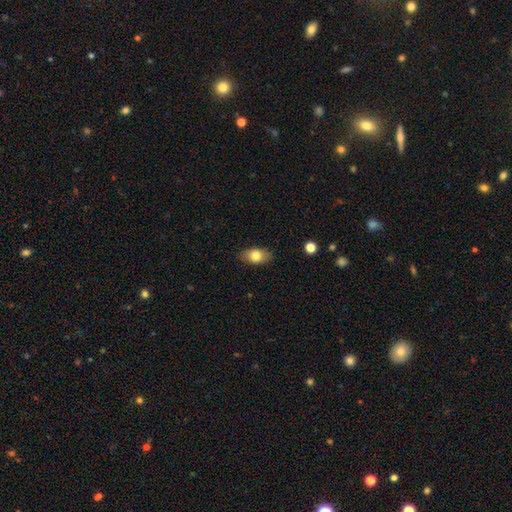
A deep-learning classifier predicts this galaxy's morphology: Overall: smooth (78%). How rounded: in between (90%). Merging: none (86%).